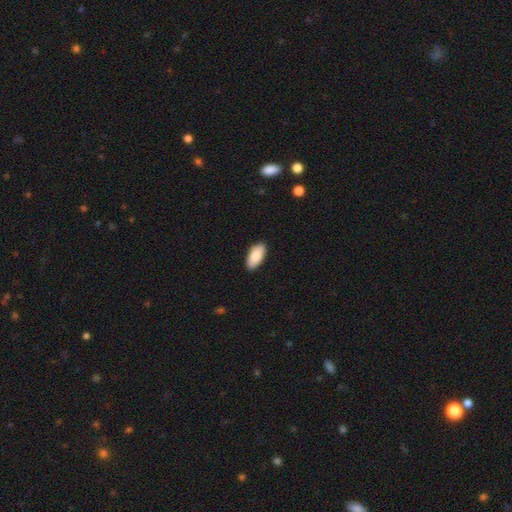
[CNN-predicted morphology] Smooth or featured?
  - smooth: 87% *
  - featured or disk: 7%
  - star or artifact: 6%
How rounded?
  - in between: 91% *
  - cigar-shaped: 7%
  - round: 2%
Merging?
  - none: 90% *
  - minor disturbance: 8%
  - major disturbance: 2%
  - merger: 1%